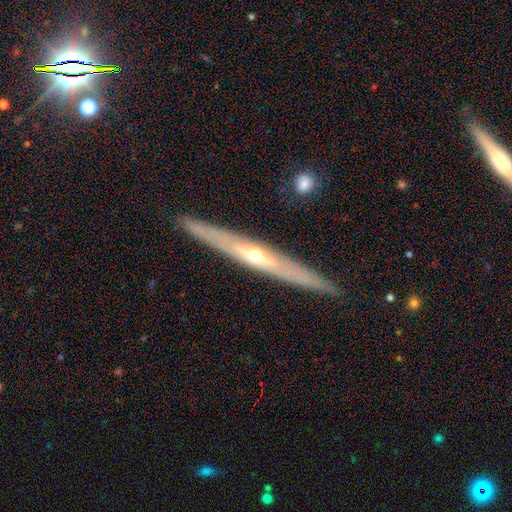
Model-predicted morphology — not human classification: type=featured or disk (77%); edge-on=yes (92%); edge-on bulge=rounded (74%); merging=none (90%).